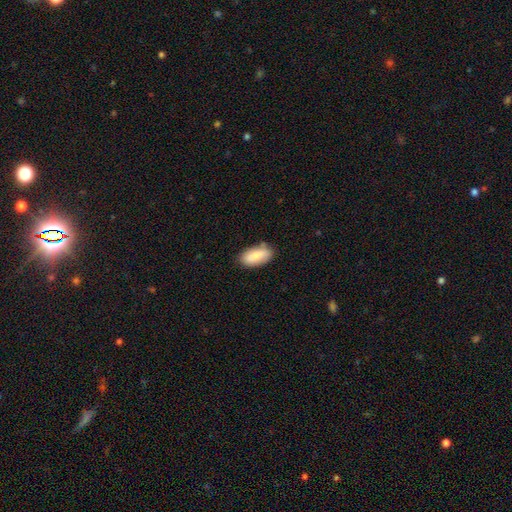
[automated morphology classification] This is clearly a smooth galaxy (83%). How rounded: clearly in between (90%). Merging: likely none (76%).